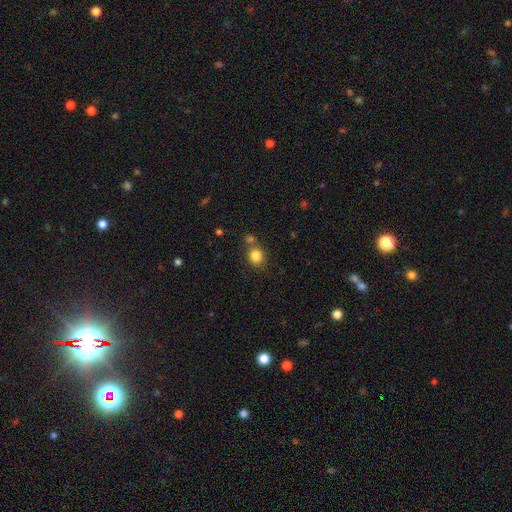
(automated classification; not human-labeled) smooth 83%, star or artifact 11%, featured or disk 6%. Down the decision tree: how rounded — round (78%); merging — none (66%).